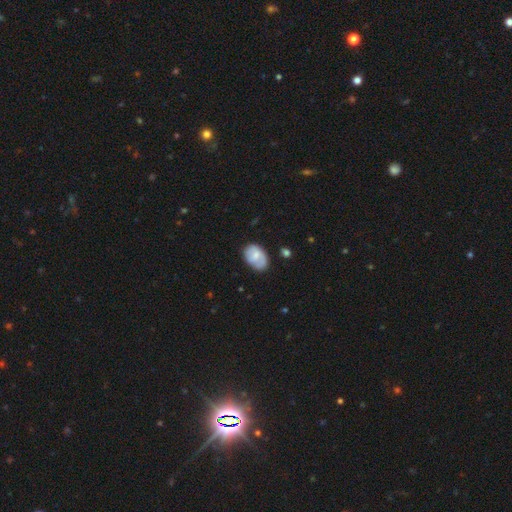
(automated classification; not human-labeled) The model was most divided on "merging": none: 62%, minor disturbance: 28%, major disturbance: 7%, merger: 2%. More confident: how rounded — in between (82%); smooth or featured — smooth (64%).